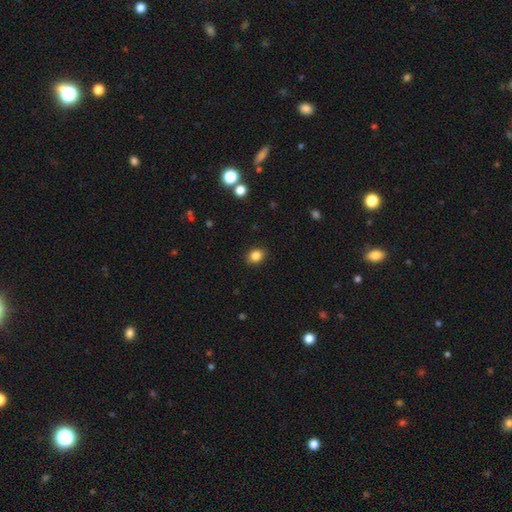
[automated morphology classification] This is clearly a smooth galaxy (85%). How rounded: possibly in between (53%). Merging: clearly none (89%).